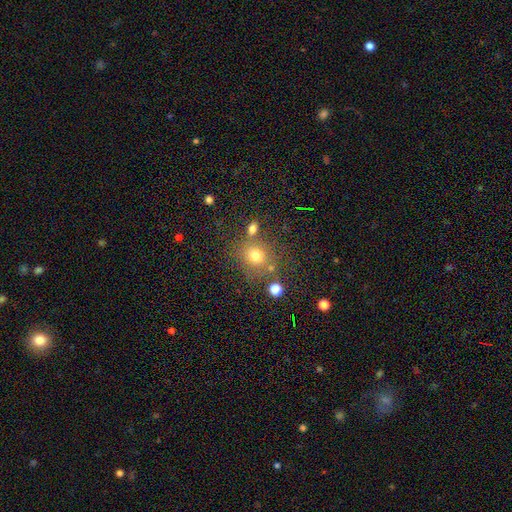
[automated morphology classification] smooth_or_featured: smooth (p=0.73) [alt: star or artifact p=0.17]
how_rounded: round (p=0.79) [alt: in between p=0.20]
merging: none (p=0.68) [alt: merger p=0.14]